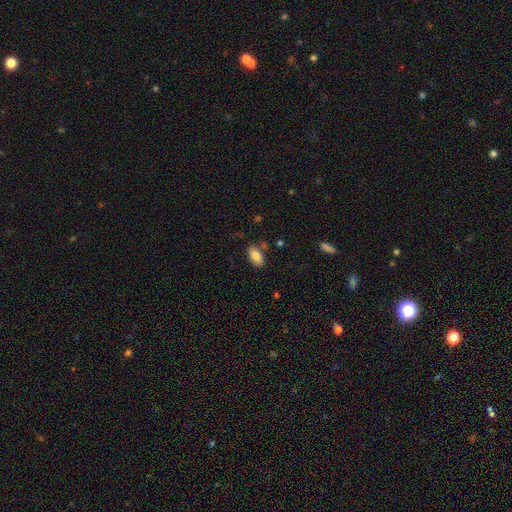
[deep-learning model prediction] Smooth or featured? smooth (85%)
How rounded? in between (92%)
Merging? none (77%)